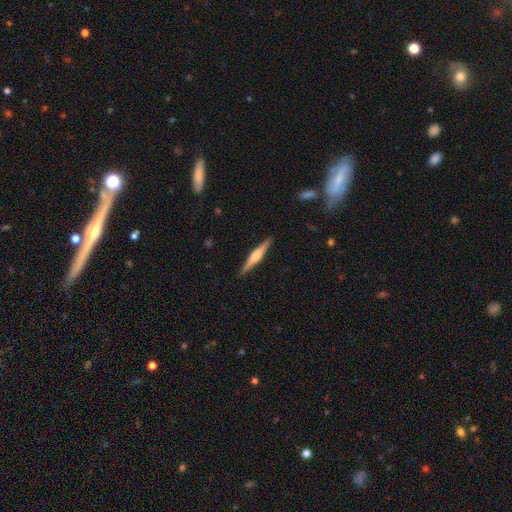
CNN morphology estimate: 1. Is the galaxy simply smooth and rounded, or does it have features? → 64% featured or disk, 31% smooth, 5% star or artifact.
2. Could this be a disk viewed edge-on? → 98% yes, 2% no.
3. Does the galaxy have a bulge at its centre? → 74% rounded, 17% boxy, 8% none.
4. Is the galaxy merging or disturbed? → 91% none, 7% minor disturbance, 1% major disturbance, 1% merger.